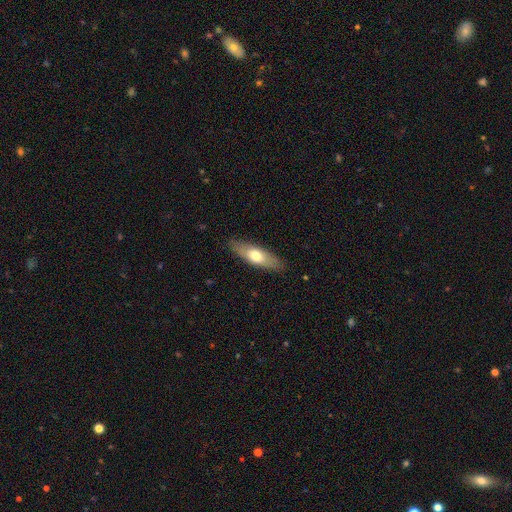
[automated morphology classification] type=smooth (63%); roundness=in between (52%); merging=none (87%).